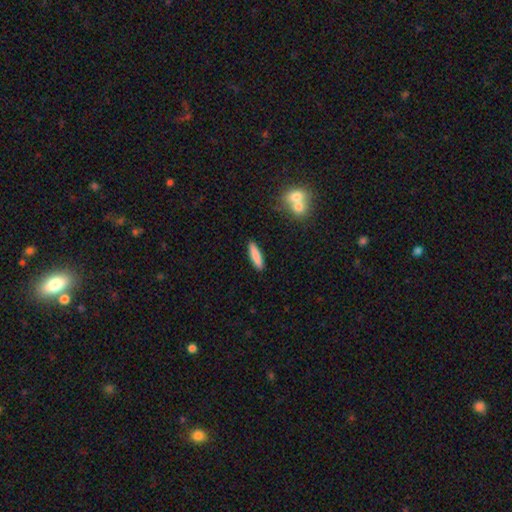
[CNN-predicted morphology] This appears to be a smooth galaxy with no disk features (83%) that is cigar-shaped (80%). Merging: none (89%).